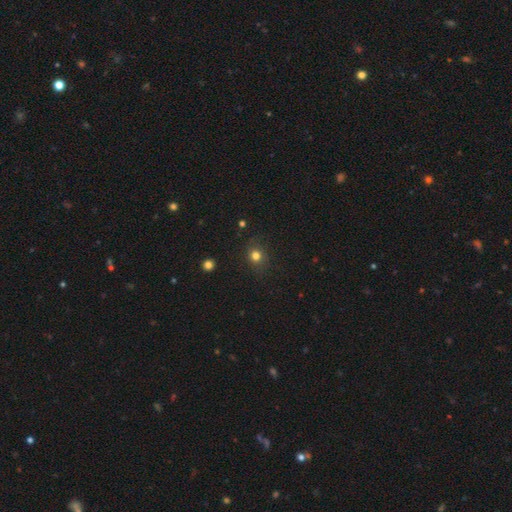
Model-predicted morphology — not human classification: This is likely a smooth galaxy (78%). How rounded: clearly round (82%). Merging: clearly none (84%).